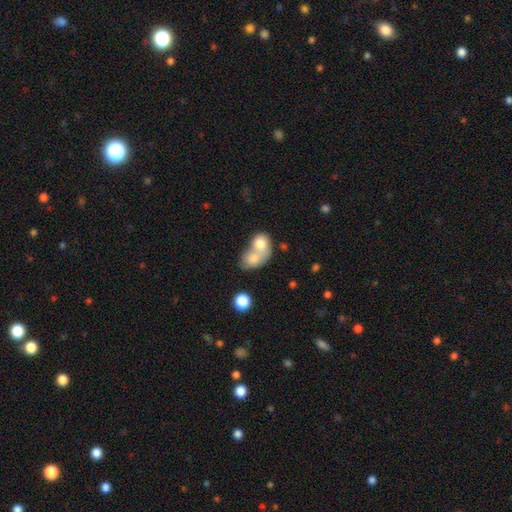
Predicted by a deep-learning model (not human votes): A smooth galaxy with no disk features (73%) that is in between round and cigar-shaped (52%). Merging: merger (78%).